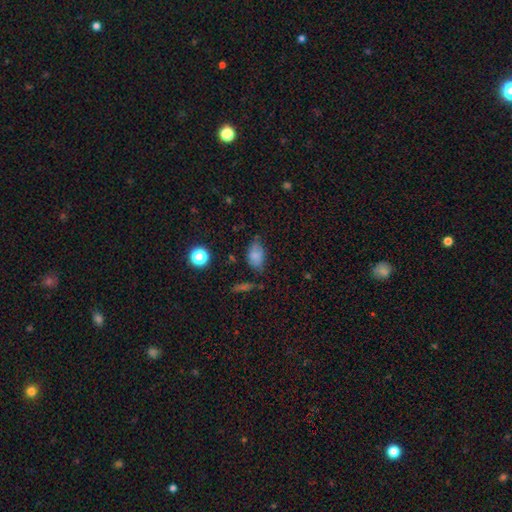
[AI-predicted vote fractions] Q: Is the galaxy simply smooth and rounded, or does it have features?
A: smooth — 74%.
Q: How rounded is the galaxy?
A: in between — 85%.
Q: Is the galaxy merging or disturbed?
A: none — 58%.